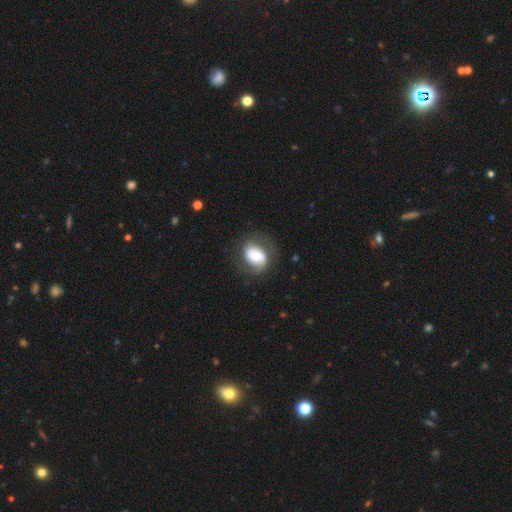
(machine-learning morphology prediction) Overall: smooth (48%; featured or disk 44%). Merging: none (67%).